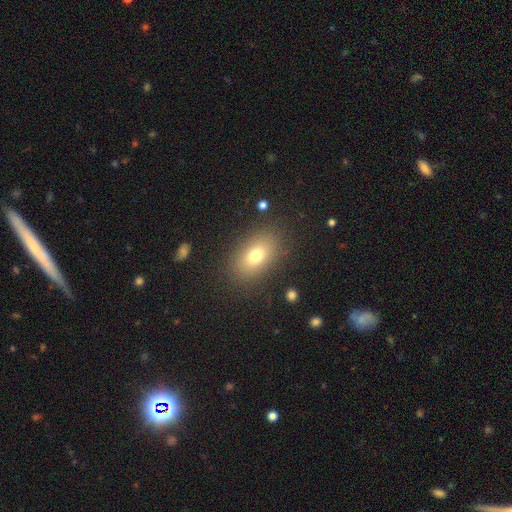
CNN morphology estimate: A smooth galaxy with no disk features (75%) that is in between round and cigar-shaped (84%). Merging: none (85%).